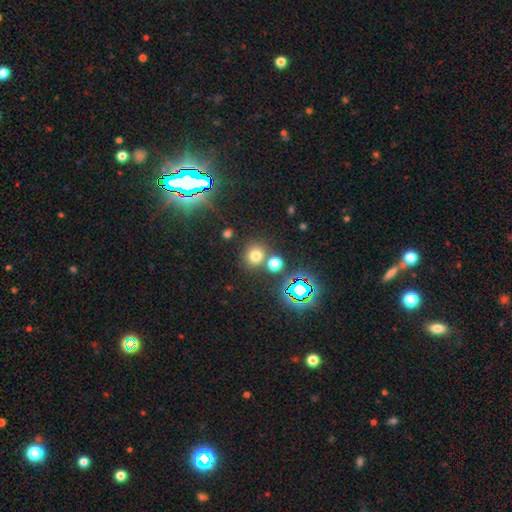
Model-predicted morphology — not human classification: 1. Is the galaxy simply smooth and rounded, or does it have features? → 69% smooth, 24% star or artifact, 7% featured or disk.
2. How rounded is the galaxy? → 85% round, 14% in between, 1% cigar-shaped.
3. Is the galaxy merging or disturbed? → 72% none, 17% merger, 8% minor disturbance, 3% major disturbance.